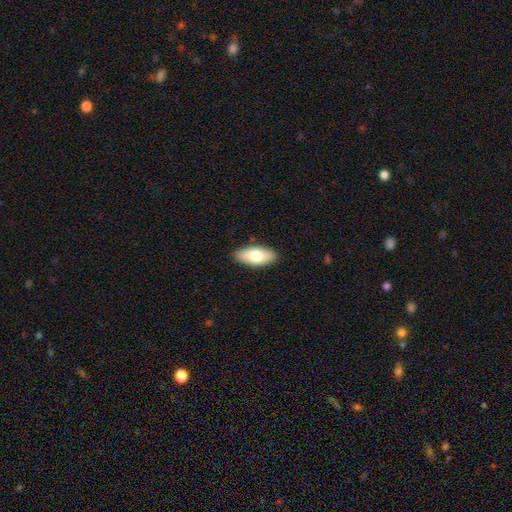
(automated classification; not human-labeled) Smooth or featured?
  - smooth: 74% *
  - featured or disk: 20%
  - star or artifact: 6%
How rounded?
  - in between: 87% *
  - cigar-shaped: 10%
  - round: 3%
Merging?
  - none: 88% *
  - minor disturbance: 9%
  - major disturbance: 2%
  - merger: 1%